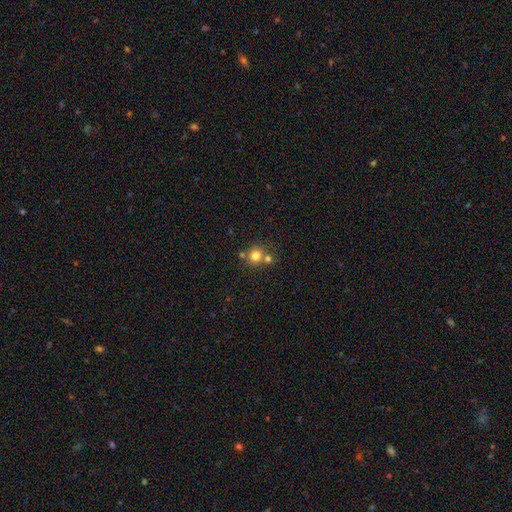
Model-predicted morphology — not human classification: type=smooth (77%); roundness=round (90%); merging=none (60%).